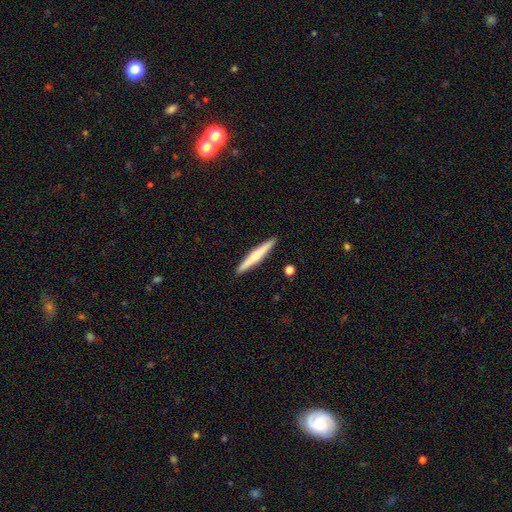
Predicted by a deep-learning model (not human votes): smooth_or_featured: smooth (p=0.51) [alt: featured or disk p=0.43]
how_rounded: cigar-shaped (p=0.95) [alt: in between p=0.03]
merging: none (p=0.92) [alt: minor disturbance p=0.05]